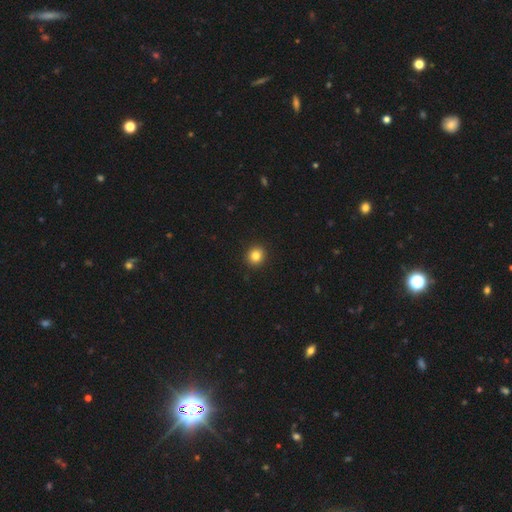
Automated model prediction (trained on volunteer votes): This appears to be a smooth galaxy with no disk features (83%) that is round (86%). Merging: none (93%).